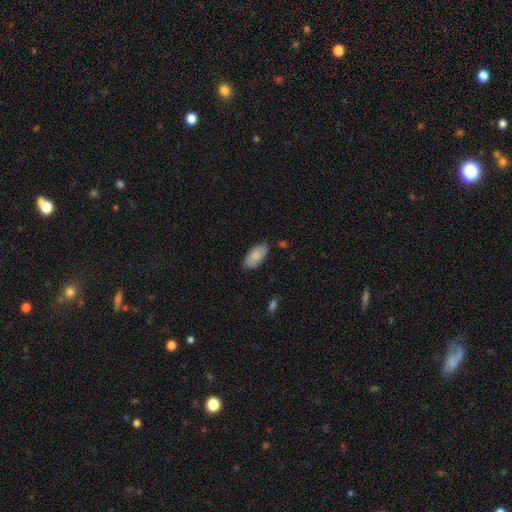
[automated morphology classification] Smooth or featured? smooth (84%)
How rounded? in between (92%)
Merging? none (72%)